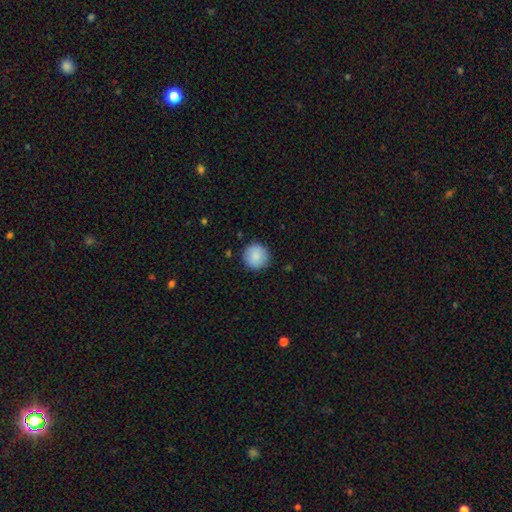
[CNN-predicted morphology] This is clearly a smooth galaxy (88%). How rounded: clearly round (96%). Merging: clearly none (90%).